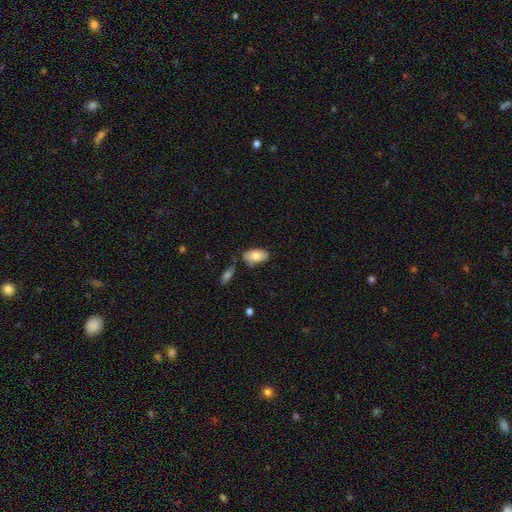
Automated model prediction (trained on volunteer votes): Smooth or featured? smooth (80%)
How rounded? in between (94%)
Merging? none (70%)